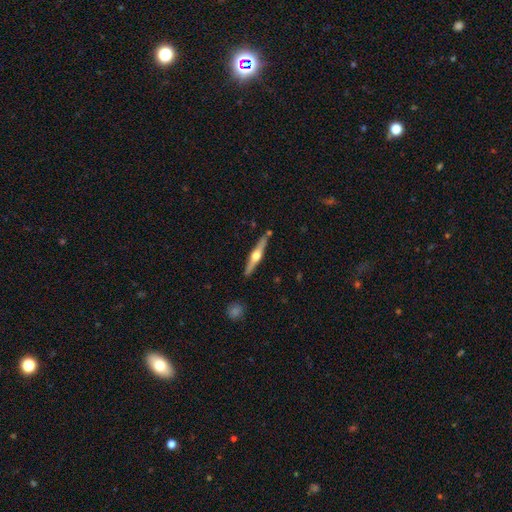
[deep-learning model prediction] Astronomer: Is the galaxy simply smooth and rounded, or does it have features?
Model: featured or disk — 68%.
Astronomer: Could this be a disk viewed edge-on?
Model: yes — 97%.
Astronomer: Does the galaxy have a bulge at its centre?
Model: rounded — 94%.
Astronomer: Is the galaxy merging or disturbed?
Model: none — 85%.